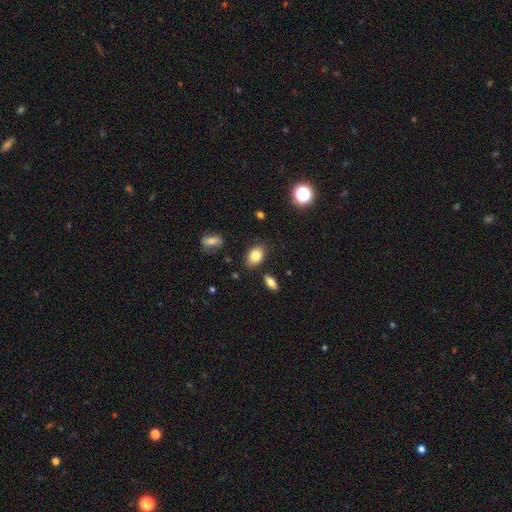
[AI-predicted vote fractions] A smooth galaxy with no disk features (81%) that is in between round and cigar-shaped (82%). Merging: none (80%).